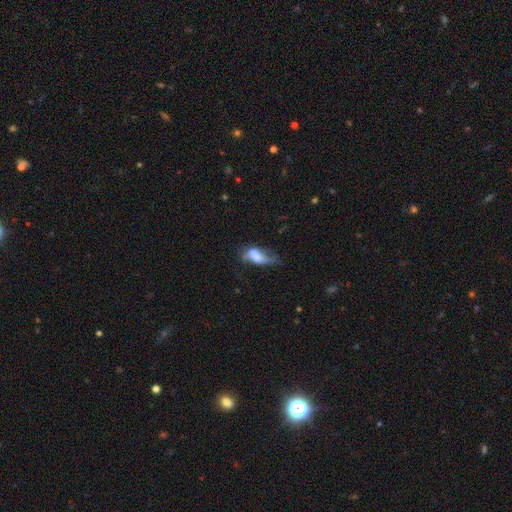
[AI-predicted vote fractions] This appears to be a smooth galaxy with no disk features (55%) that is in between round and cigar-shaped (81%). Merging: major disturbance (36%).